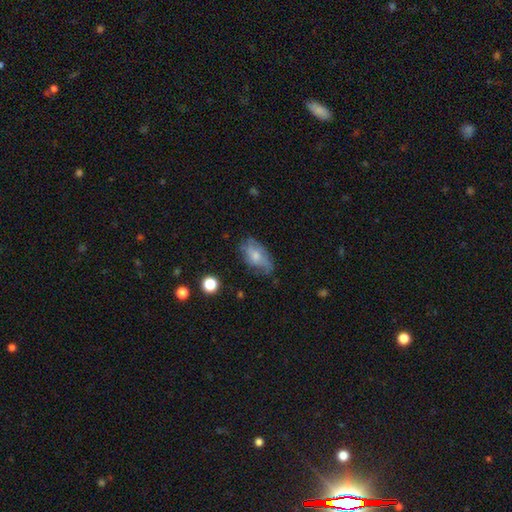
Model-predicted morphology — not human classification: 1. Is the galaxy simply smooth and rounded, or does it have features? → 52% smooth, 40% featured or disk, 8% star or artifact.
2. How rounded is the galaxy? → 90% in between, 7% round, 3% cigar-shaped.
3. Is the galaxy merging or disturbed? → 50% none, 32% minor disturbance, 16% major disturbance, 2% merger.